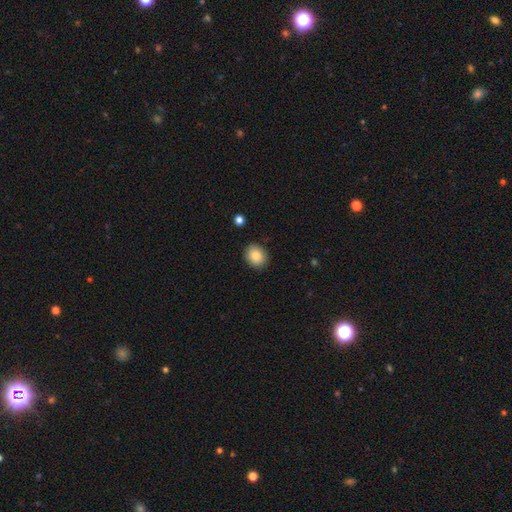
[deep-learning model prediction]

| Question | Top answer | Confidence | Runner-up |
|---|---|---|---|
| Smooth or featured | smooth | 87% | star or artifact (8%) |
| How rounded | round | 55% | in between (44%) |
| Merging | none | 88% | minor disturbance (9%) |